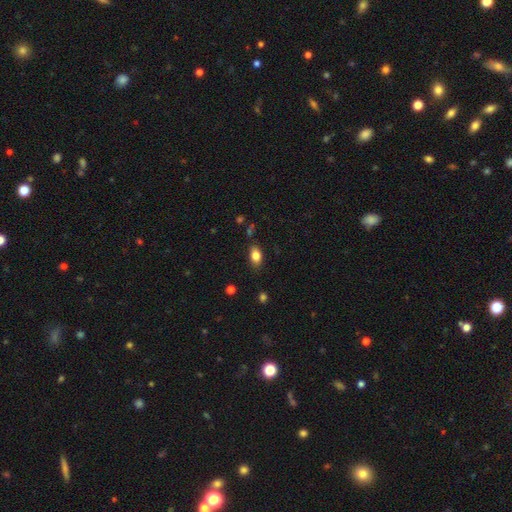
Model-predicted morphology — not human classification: The model was most divided on "merging": none: 82%, minor disturbance: 13%, major disturbance: 3%, merger: 2%. More confident: how rounded — in between (85%); smooth or featured — smooth (83%).